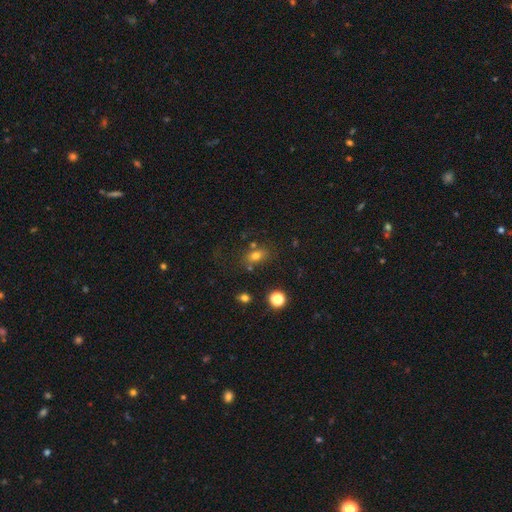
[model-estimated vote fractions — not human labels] smooth_or_featured: smooth (p=0.72) [alt: star or artifact p=0.17]
how_rounded: in between (p=0.69) [alt: round p=0.28]
merging: none (p=0.66) [alt: minor disturbance p=0.16]